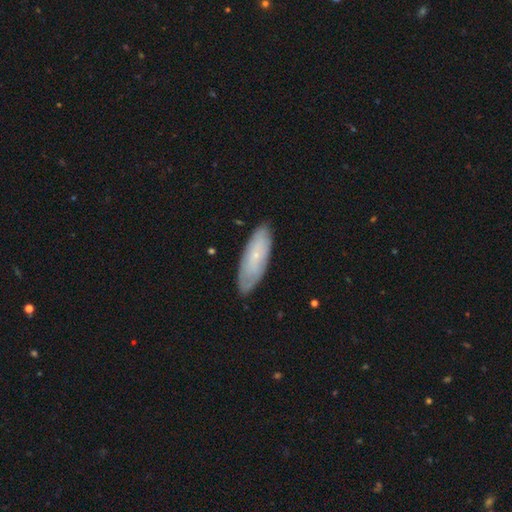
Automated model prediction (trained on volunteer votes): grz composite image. It shows a smooth galaxy with no disk features (52%) that is in between round and cigar-shaped (62%). Merging: none (83%).